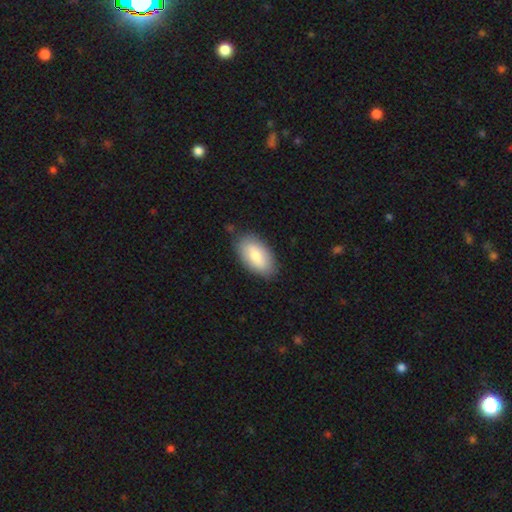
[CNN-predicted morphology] The model was most divided on "smooth or featured": smooth: 76%, featured or disk: 18%, star or artifact: 6%. More confident: how rounded — in between (94%); merging — none (82%).